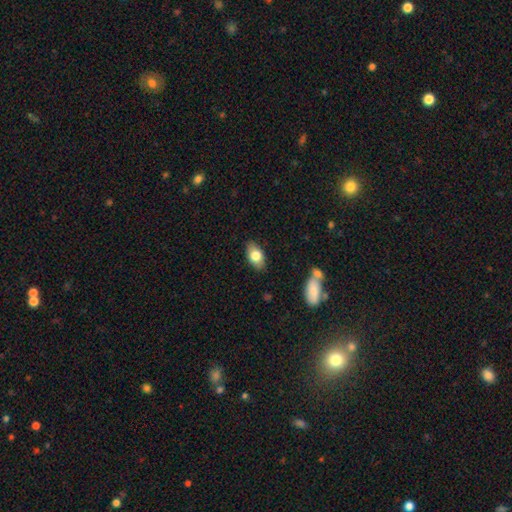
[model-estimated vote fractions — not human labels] Smooth or featured? Predicted: smooth (p=0.78). How rounded? Predicted: in between (p=0.90). Merging? Predicted: none (p=0.84).